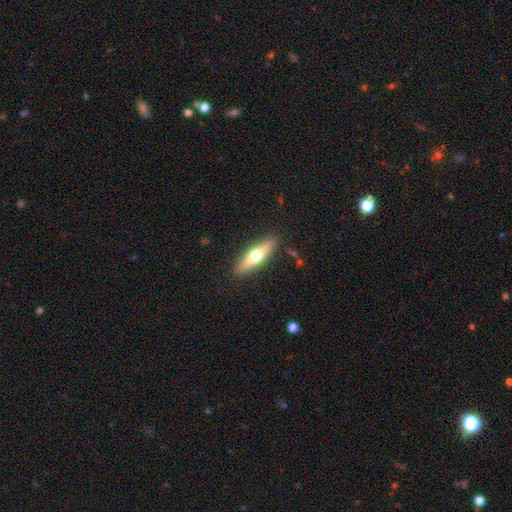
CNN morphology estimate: Smooth or featured?
  - smooth: 49% *
  - featured or disk: 45%
  - star or artifact: 6%
Merging?
  - none: 89% *
  - minor disturbance: 8%
  - major disturbance: 2%
  - merger: 1%